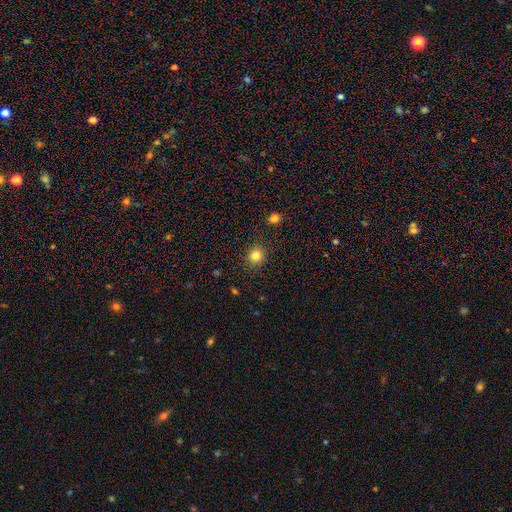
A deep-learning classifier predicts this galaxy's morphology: Overall: smooth (82%). How rounded: round (87%). Merging: none (89%).